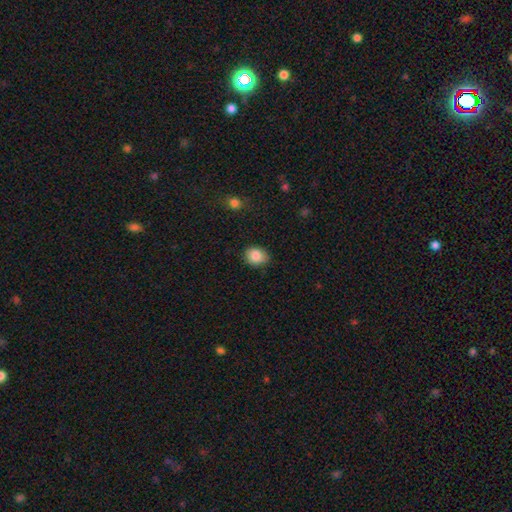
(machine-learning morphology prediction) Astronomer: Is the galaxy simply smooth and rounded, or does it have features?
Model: smooth — 86%.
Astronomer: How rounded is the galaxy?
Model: round — 53% (runner-up: in between, 46%).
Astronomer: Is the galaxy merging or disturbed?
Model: none — 85%.